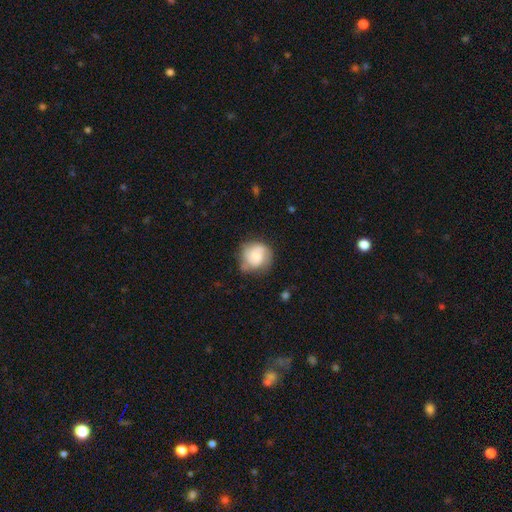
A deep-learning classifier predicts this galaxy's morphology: Smooth or featured?
  - featured or disk: 49% *
  - smooth: 43%
  - star or artifact: 8%
Merging?
  - none: 66% *
  - minor disturbance: 23%
  - major disturbance: 9%
  - merger: 2%